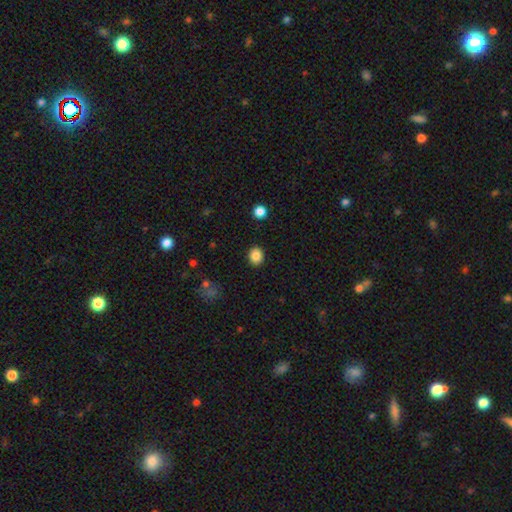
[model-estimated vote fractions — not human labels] Q: Smooth or featured?
A: smooth (87%); runner-up: star or artifact (10%)
Q: How rounded?
A: round (71%); runner-up: in between (28%)
Q: Merging?
A: none (90%); runner-up: minor disturbance (6%)